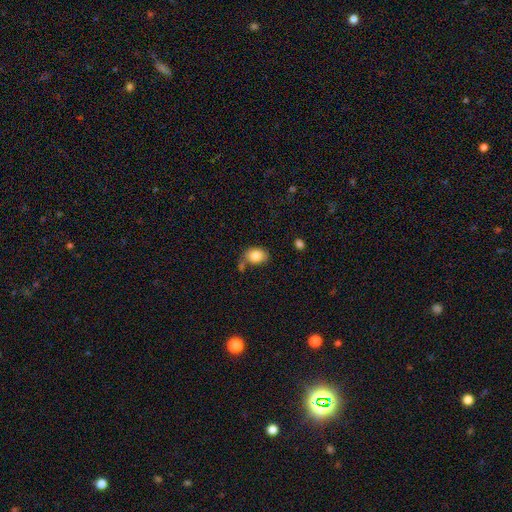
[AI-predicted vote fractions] A smooth galaxy with no disk features (83%) that is in between round and cigar-shaped (69%). Merging: none (59%).